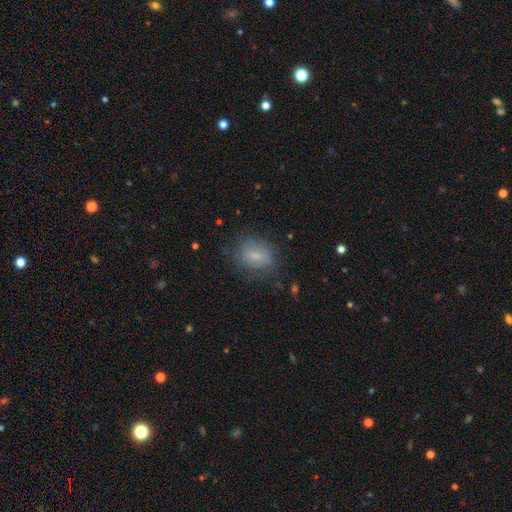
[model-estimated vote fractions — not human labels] smooth_or_featured: smooth (p=0.64) [alt: featured or disk p=0.26]
how_rounded: in between (p=0.60) [alt: round p=0.38]
merging: none (p=0.71) [alt: minor disturbance p=0.19]